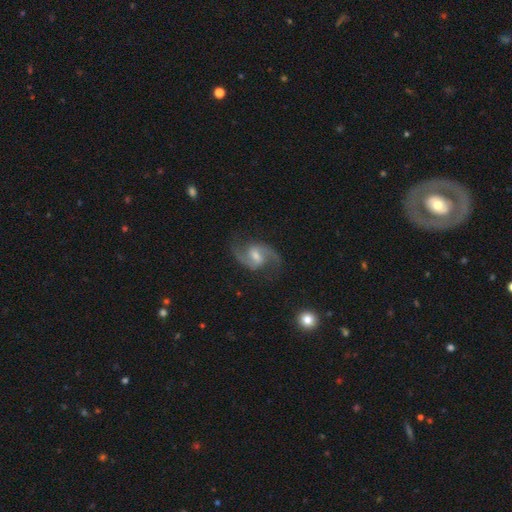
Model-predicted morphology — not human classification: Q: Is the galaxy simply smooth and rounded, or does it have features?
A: featured or disk — 91%.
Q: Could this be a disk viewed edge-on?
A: no — 98%.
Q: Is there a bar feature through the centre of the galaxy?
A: weak — 57%.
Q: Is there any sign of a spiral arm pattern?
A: yes — 98%.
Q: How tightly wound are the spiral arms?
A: medium — 51%.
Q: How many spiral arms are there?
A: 2 — 94%.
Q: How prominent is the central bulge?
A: moderate — 51%.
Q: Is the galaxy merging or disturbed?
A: none — 81%.